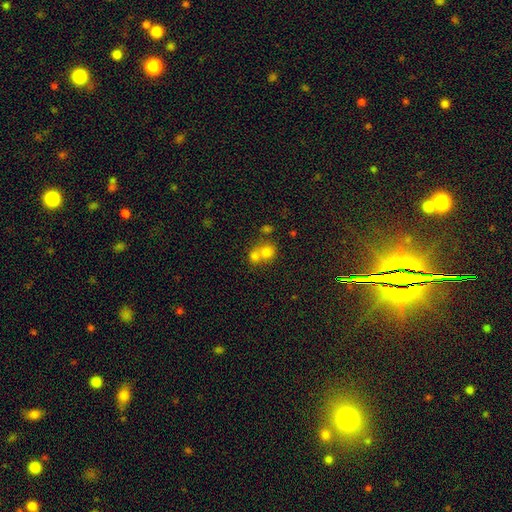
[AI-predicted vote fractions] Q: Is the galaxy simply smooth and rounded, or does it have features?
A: smooth — 73%.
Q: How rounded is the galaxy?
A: round — 79%.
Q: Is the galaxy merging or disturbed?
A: merger — 61%.